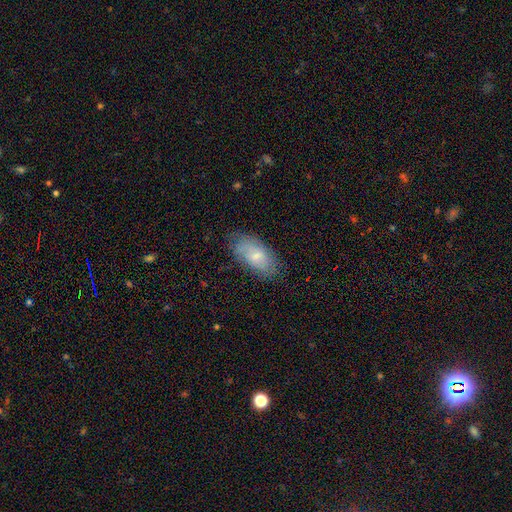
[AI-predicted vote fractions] The model was most divided on "smooth or featured": smooth: 59%, featured or disk: 33%, star or artifact: 7%. More confident: how rounded — in between (92%); merging — none (73%).